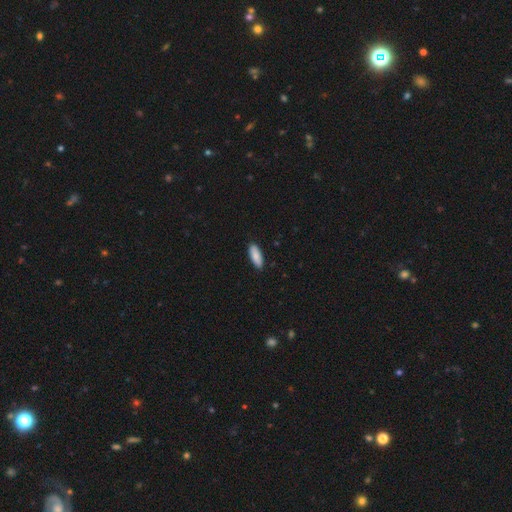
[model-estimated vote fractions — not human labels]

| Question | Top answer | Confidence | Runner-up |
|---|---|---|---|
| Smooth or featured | smooth | 86% | featured or disk (8%) |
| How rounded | in between | 73% | cigar-shaped (26%) |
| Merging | none | 89% | minor disturbance (8%) |